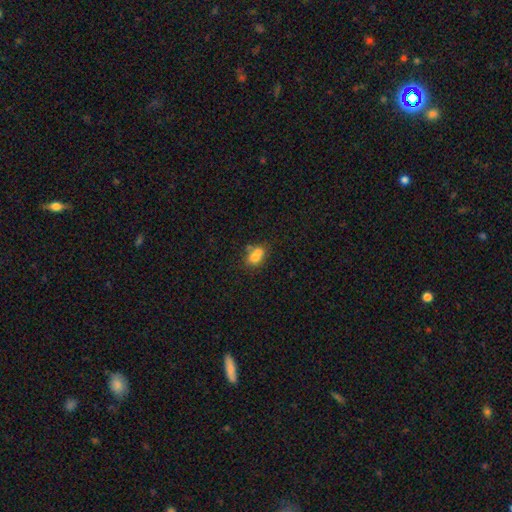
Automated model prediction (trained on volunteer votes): smooth 69%, featured or disk 19%, star or artifact 12%. Down the decision tree: how rounded — round (50%); merging — merger (58%).